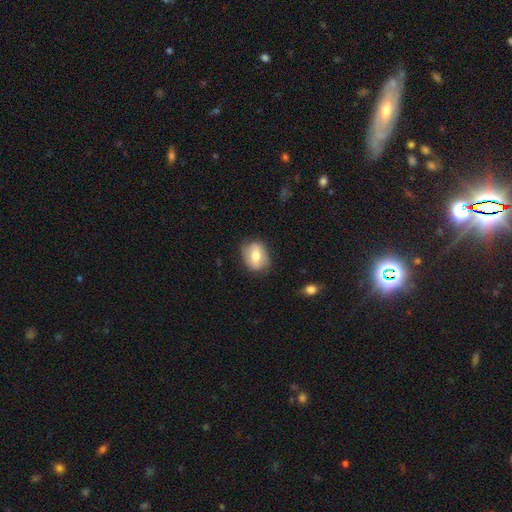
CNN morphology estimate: type=smooth (61%); roundness=in between (59%); merging=none (77%).